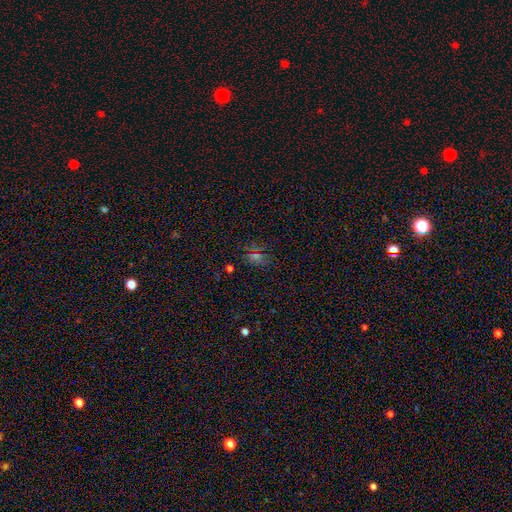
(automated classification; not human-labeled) Smooth or featured: star or artifact — 48% (smooth — 40%)